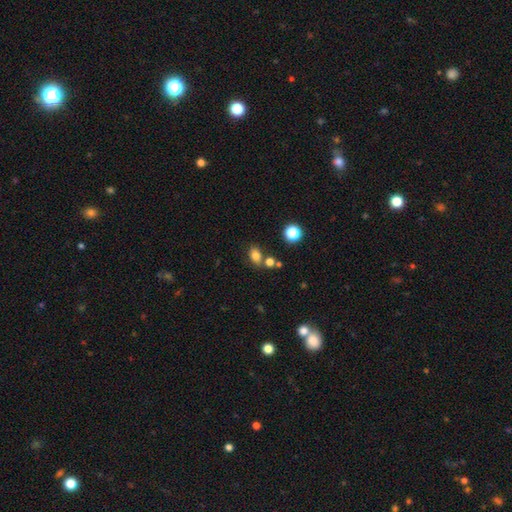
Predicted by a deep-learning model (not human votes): Morphology: type=smooth (79%); roundness=in between (77%); merging=none (68%).